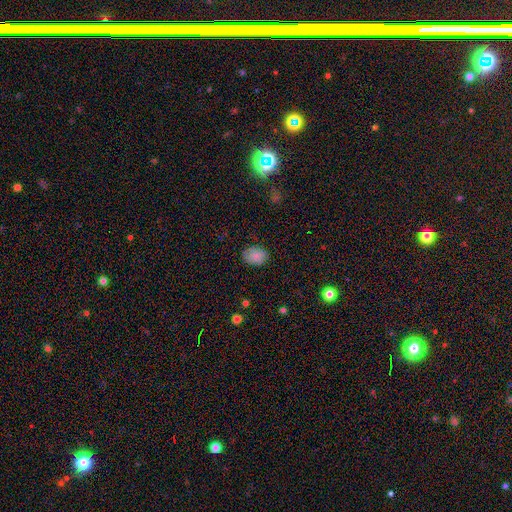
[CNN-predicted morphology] The model was most divided on "how rounded": in between: 67%, round: 32%, cigar-shaped: 1%. More confident: smooth or featured — smooth (82%); merging — none (81%).